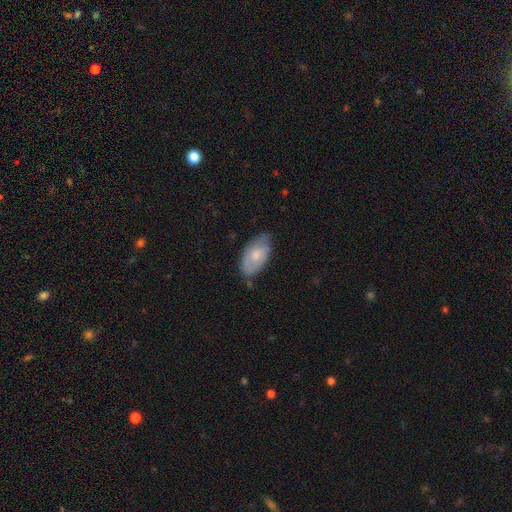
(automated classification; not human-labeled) A smooth galaxy with no disk features (57%) that is in between round and cigar-shaped (93%).

Vote fractions:
- Smooth or featured? smooth: 57% / featured or disk: 37% / star or artifact: 6%
- How rounded? in between: 93% / round: 4% / cigar-shaped: 3%
- Merging? none: 61% / minor disturbance: 32% / major disturbance: 6% / merger: 2%